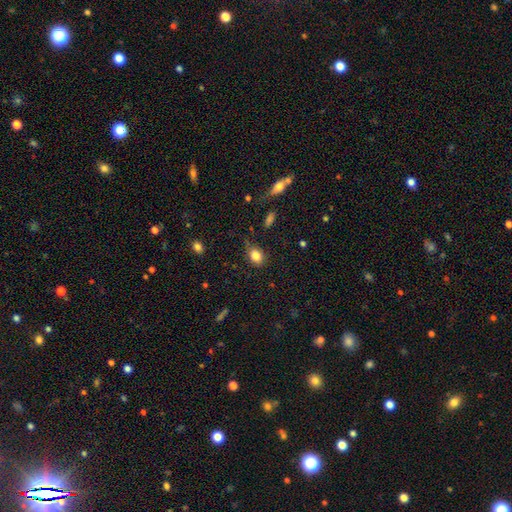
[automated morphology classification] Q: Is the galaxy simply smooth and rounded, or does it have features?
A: smooth — 83%.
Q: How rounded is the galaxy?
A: in between — 63%.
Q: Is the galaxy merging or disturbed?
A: none — 73%.